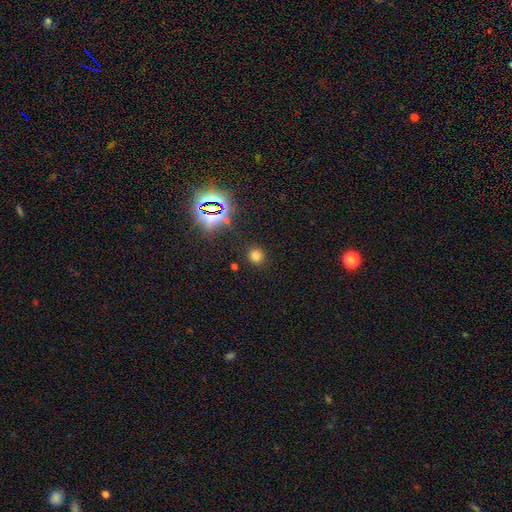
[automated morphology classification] This appears to be a smooth galaxy with no disk features (71%) that is round (85%). Merging: none (87%).